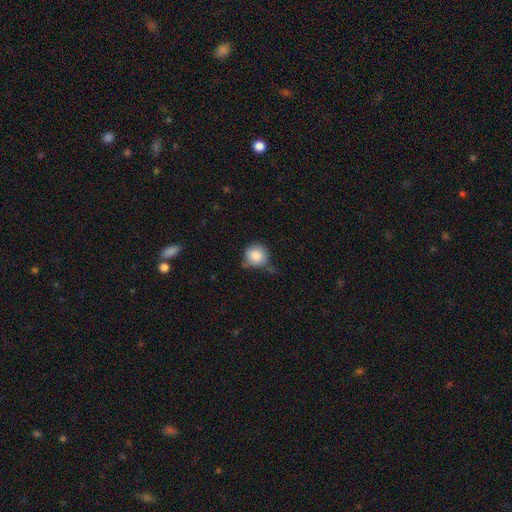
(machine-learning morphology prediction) Smooth or featured: smooth — 84% (star or artifact — 8%)
How rounded: round — 91% (in between — 8%)
Merging: none — 51% (minor disturbance — 33%)